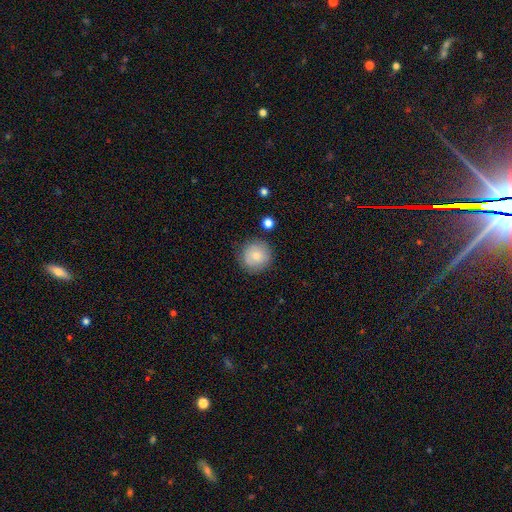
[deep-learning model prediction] Q: Smooth or featured?
A: smooth (78%); runner-up: featured or disk (14%)
Q: How rounded?
A: round (94%); runner-up: in between (5%)
Q: Merging?
A: none (83%); runner-up: minor disturbance (11%)